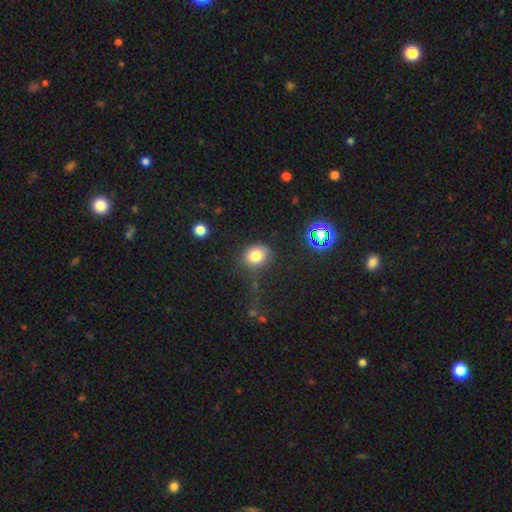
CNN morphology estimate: Overall: smooth (77%). How rounded: round (71%). Merging: none (71%).